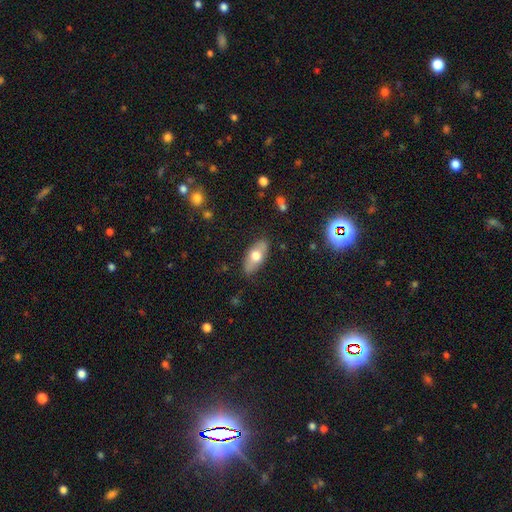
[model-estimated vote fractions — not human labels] Overall: smooth (63%; featured or disk 30%). How rounded: in between (86%). Merging: none (83%).